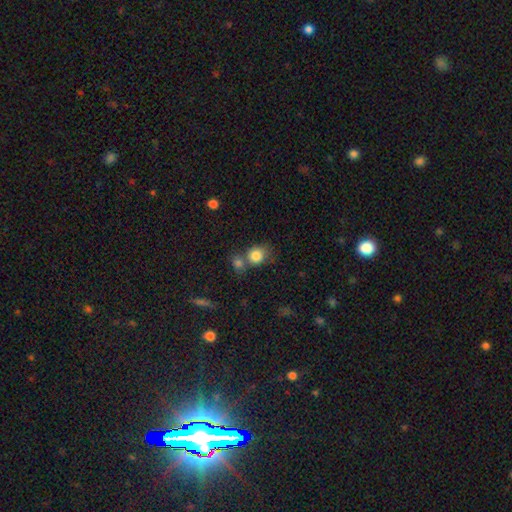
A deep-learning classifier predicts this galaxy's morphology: A smooth galaxy with no disk features (83%) that is round (73%).

Vote fractions:
- Smooth or featured? smooth: 83% / star or artifact: 9% / featured or disk: 8%
- How rounded? round: 73% / in between: 26% / cigar-shaped: 1%
- Merging? none: 47% / merger: 36% / minor disturbance: 12% / major disturbance: 5%